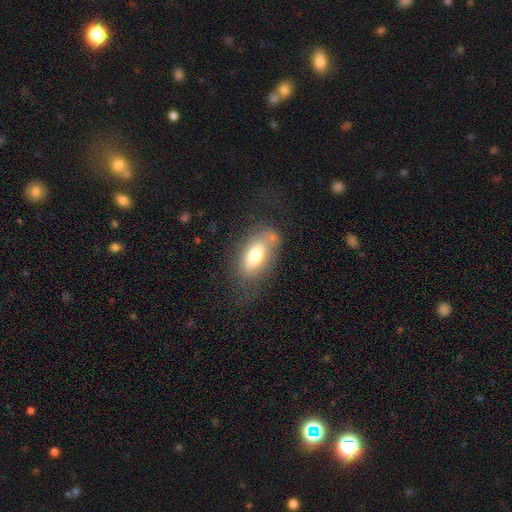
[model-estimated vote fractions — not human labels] Overall: smooth (69%). How rounded: in between (88%). Merging: none (55%; minor disturbance 23%).